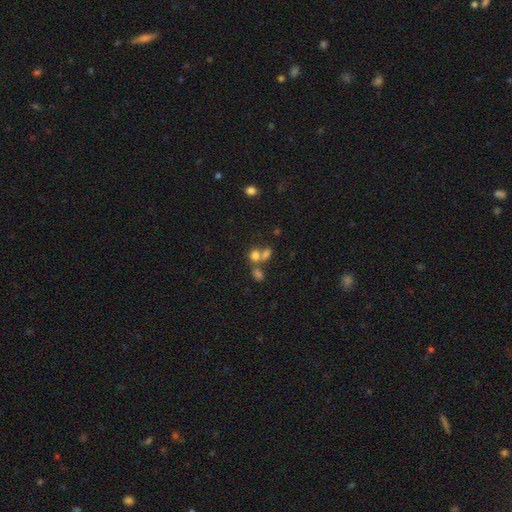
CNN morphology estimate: Smooth or featured?
  - smooth: 69% *
  - star or artifact: 17%
  - featured or disk: 14%
How rounded?
  - round: 65% *
  - in between: 33%
  - cigar-shaped: 2%
Merging?
  - merger: 51% *
  - none: 36%
  - minor disturbance: 8%
  - major disturbance: 6%